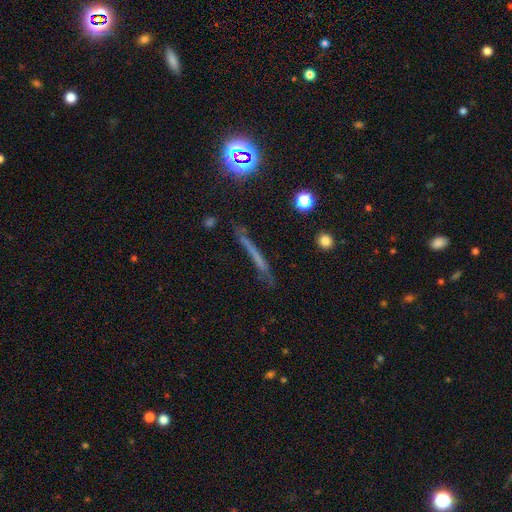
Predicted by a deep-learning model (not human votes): This is marginally a smooth galaxy (42%). Merging: likely none (74%).